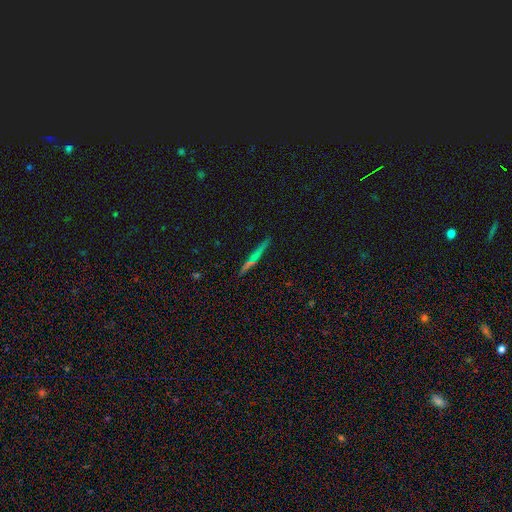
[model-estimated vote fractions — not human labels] This is marginally a featured or disk galaxy (45%). Merging: clearly none (86%).